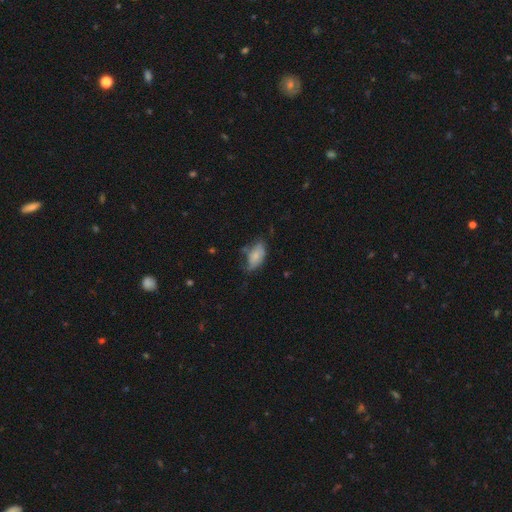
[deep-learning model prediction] Q: Smooth or featured?
A: smooth (67%); runner-up: featured or disk (25%)
Q: How rounded?
A: in between (92%); runner-up: round (4%)
Q: Merging?
A: none (43%); runner-up: minor disturbance (37%)